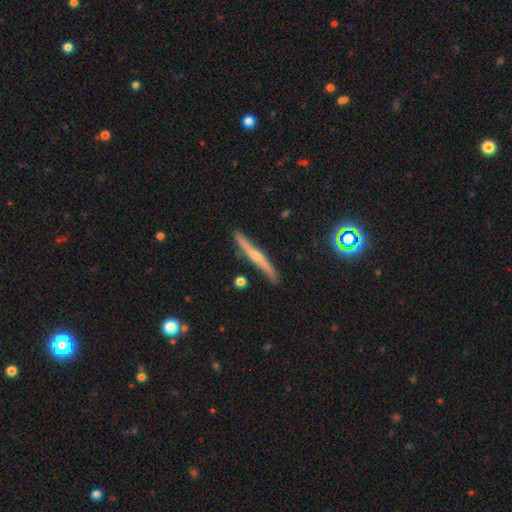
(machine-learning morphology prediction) smooth_or_featured: featured or disk (p=0.67) [alt: smooth p=0.26]
disk_edge_on: yes (p=0.95) [alt: no p=0.05]
edge_on_bulge: rounded (p=0.73) [alt: none p=0.21]
merging: none (p=0.87) [alt: minor disturbance p=0.10]